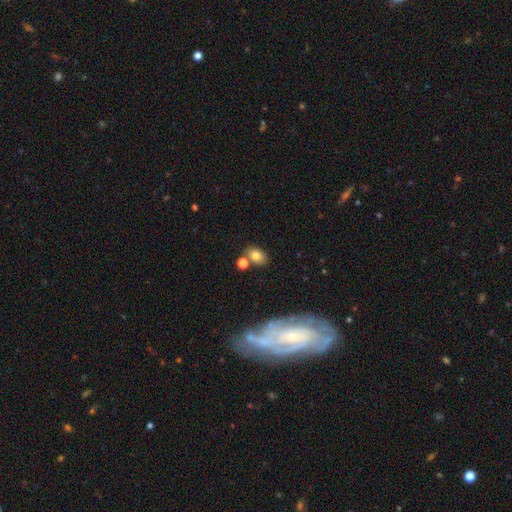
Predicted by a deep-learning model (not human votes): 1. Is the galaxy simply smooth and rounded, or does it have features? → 77% smooth, 12% featured or disk, 11% star or artifact.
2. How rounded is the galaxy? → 73% in between, 26% round, 1% cigar-shaped.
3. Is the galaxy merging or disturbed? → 67% none, 17% merger, 12% minor disturbance, 4% major disturbance.